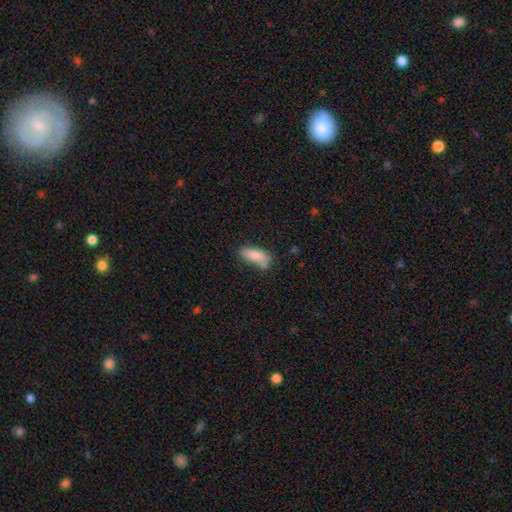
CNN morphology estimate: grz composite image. It shows a smooth galaxy with no disk features (82%) that is in between round and cigar-shaped (71%). Merging: none (50%).